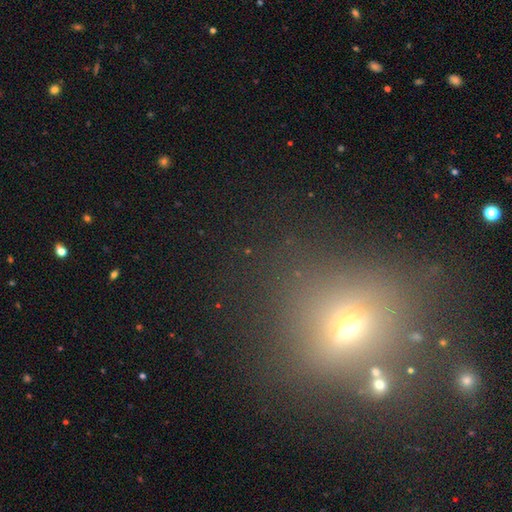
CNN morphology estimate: Smooth or featured? star or artifact (50%)